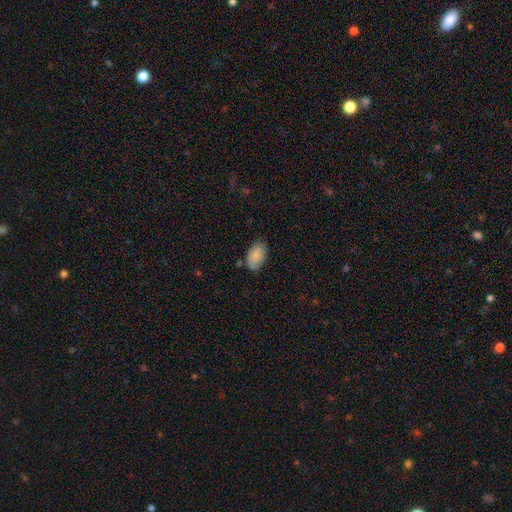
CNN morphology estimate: Smooth or featured? Predicted: smooth (p=0.86). How rounded? Predicted: in between (p=0.94). Merging? Predicted: none (p=0.75).